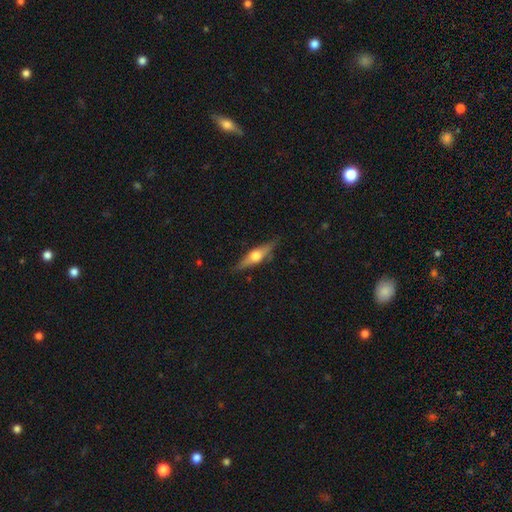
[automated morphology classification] Smooth or featured: featured or disk — 61% (smooth — 33%)
Edge-on disk: yes — 95% (no — 5%)
Edge-on bulge: rounded — 93% (boxy — 5%)
Merging: none — 83% (minor disturbance — 13%)